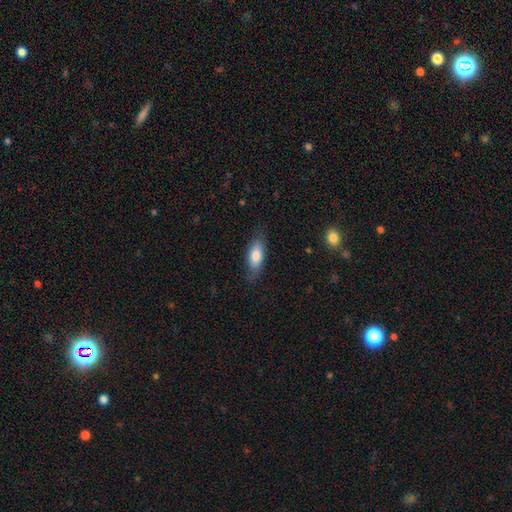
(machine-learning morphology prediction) Smooth or featured? smooth (77%)
How rounded? in between (74%)
Merging? none (78%)